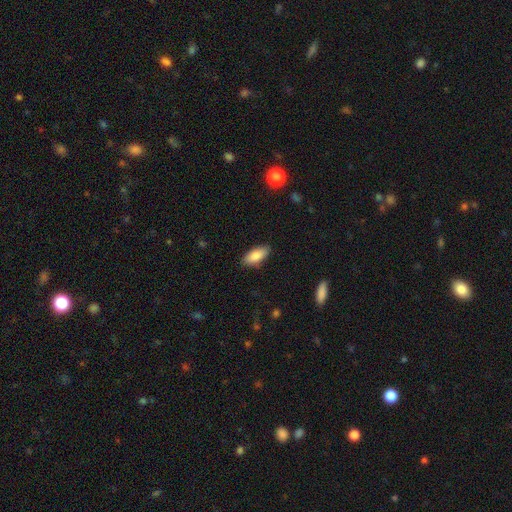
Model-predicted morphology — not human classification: Smooth or featured? Predicted: smooth (p=0.86). How rounded? Predicted: in between (p=0.86). Merging? Predicted: none (p=0.86).